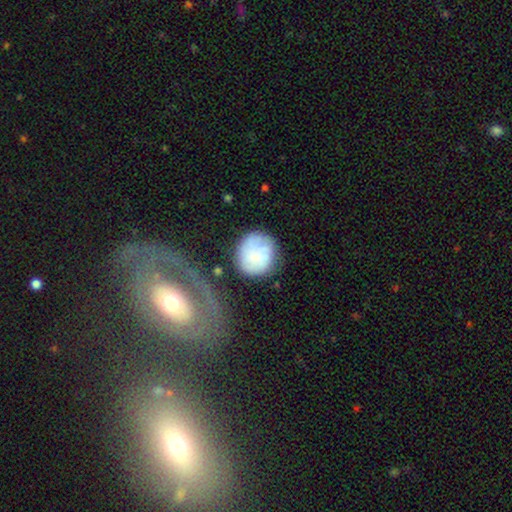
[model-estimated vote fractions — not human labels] Smooth or featured: smooth — 63% (featured or disk — 29%)
How rounded: round — 86% (in between — 13%)
Merging: none — 61% (minor disturbance — 22%)